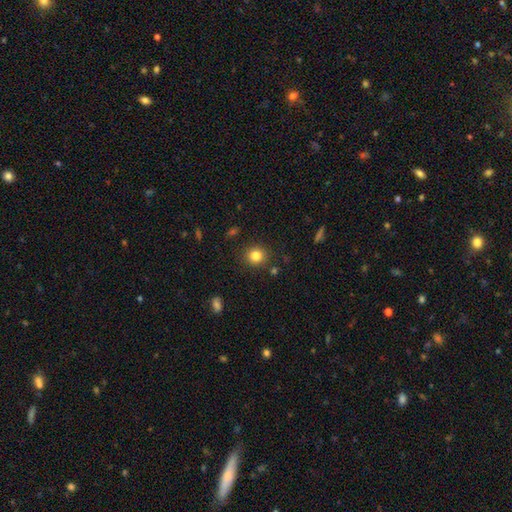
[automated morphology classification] The model was most divided on "smooth or featured": smooth: 82%, star or artifact: 11%, featured or disk: 6%. More confident: merging — none (88%); how rounded — round (85%).